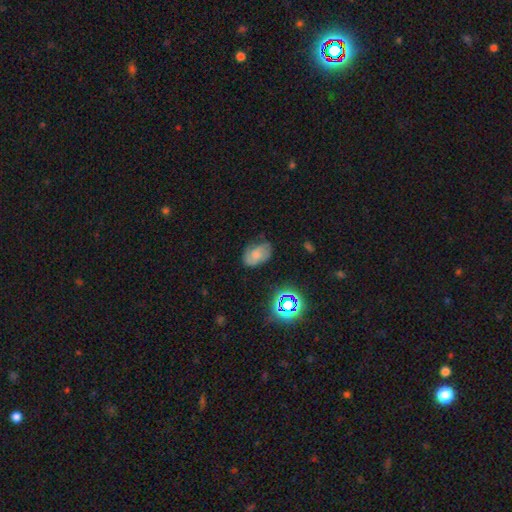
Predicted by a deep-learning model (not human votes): Q: Smooth or featured?
A: smooth (49%); runner-up: featured or disk (36%)
Q: Merging?
A: none (62%); runner-up: minor disturbance (27%)